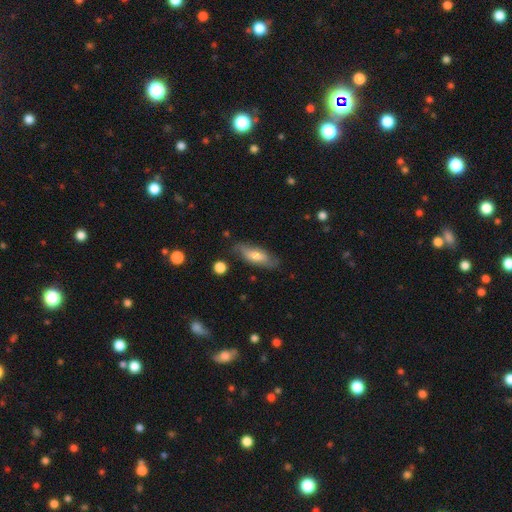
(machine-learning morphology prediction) Smooth or featured? smooth (55%)
How rounded? in between (62%)
Merging? none (75%)